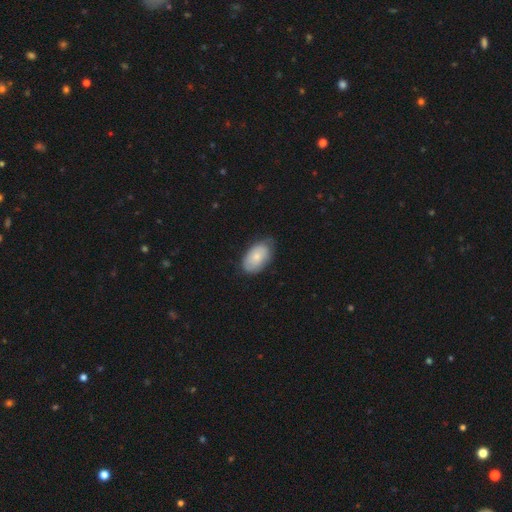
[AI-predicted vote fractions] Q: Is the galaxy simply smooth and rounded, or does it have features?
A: smooth — 74%.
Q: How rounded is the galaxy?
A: in between — 94%.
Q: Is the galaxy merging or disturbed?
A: none — 67%.